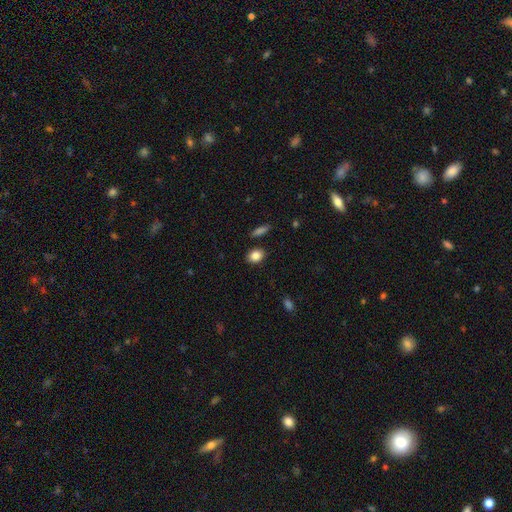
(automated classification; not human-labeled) The model was most divided on "how rounded": in between: 64%, round: 34%, cigar-shaped: 2%. More confident: merging — none (86%); smooth or featured — smooth (85%).